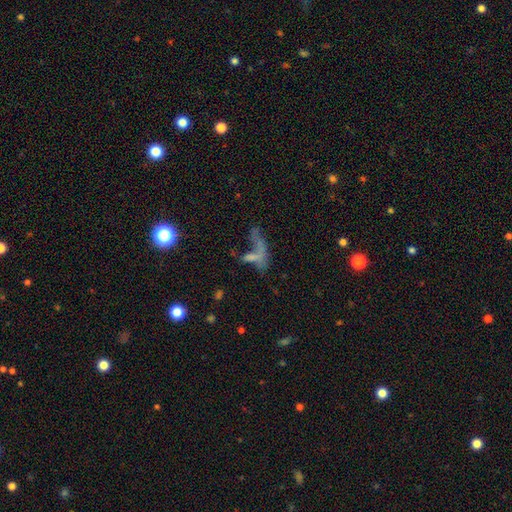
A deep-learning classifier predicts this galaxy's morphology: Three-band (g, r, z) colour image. It shows a smooth galaxy with no disk features (44%). Merging: major disturbance (40%).